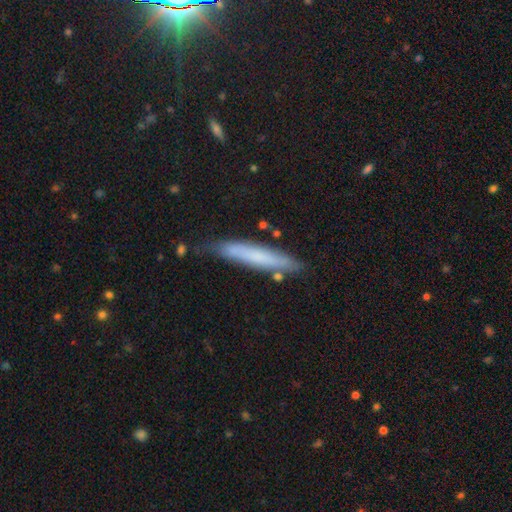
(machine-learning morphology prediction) Overall: smooth (63%; featured or disk 30%). How rounded: cigar-shaped (91%). Merging: none (72%).